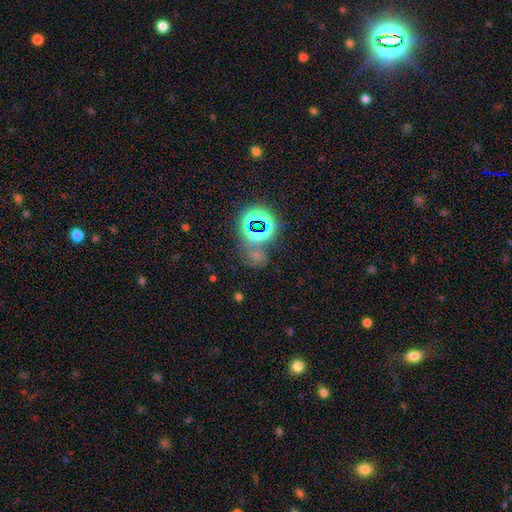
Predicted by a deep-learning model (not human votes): This appears to be a star or artifact, not a galaxy (56%).